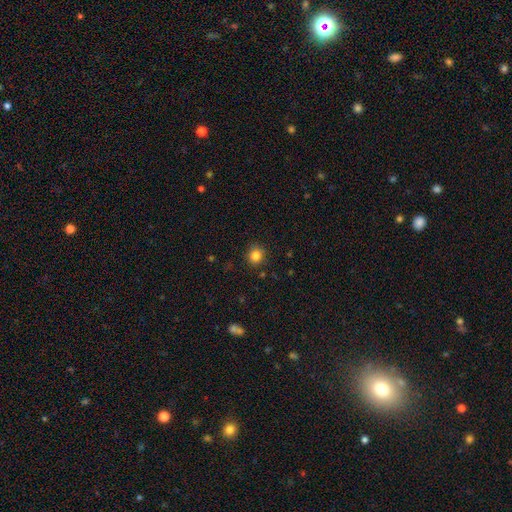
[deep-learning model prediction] smooth_or_featured: smooth (p=0.83) [alt: star or artifact p=0.11]
how_rounded: round (p=0.85) [alt: in between p=0.14]
merging: none (p=0.89) [alt: minor disturbance p=0.08]